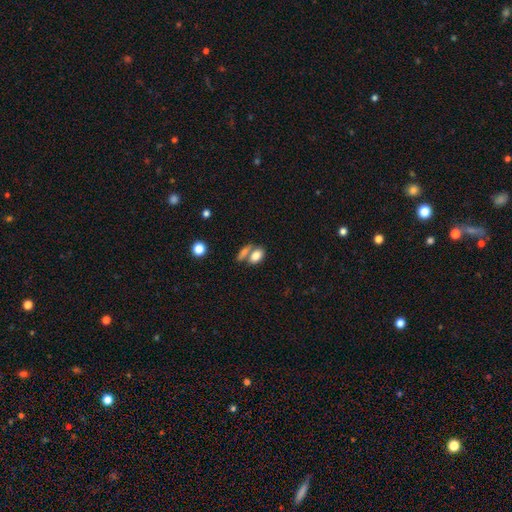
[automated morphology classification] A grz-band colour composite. It shows a smooth galaxy with no disk features (80%) that is in between round and cigar-shaped (85%). Merging: none (44%).